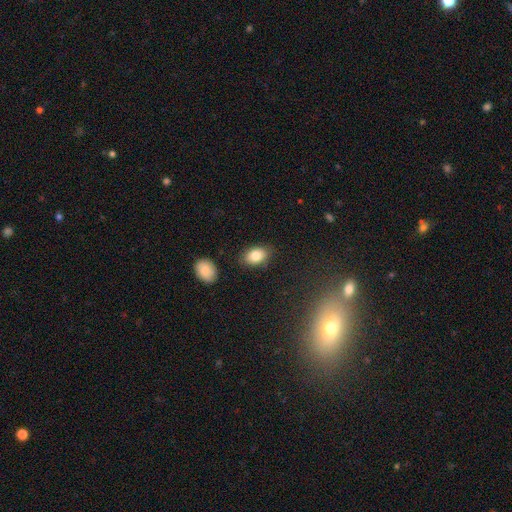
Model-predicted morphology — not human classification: Q: Smooth or featured?
A: smooth (84%); runner-up: featured or disk (8%)
Q: How rounded?
A: in between (86%); runner-up: round (13%)
Q: Merging?
A: none (81%); runner-up: minor disturbance (13%)